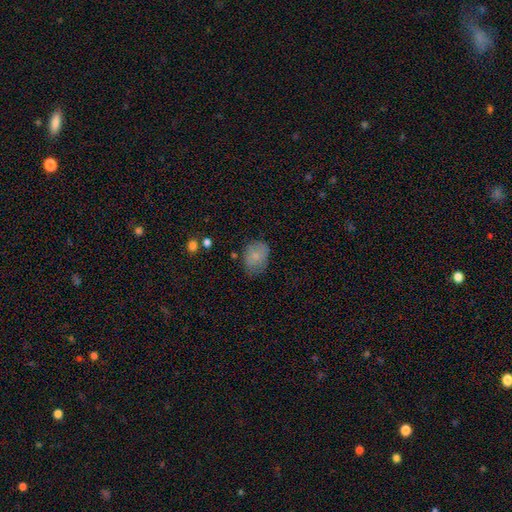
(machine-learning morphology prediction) smooth_or_featured: smooth (p=0.78) [alt: featured or disk p=0.13]
how_rounded: in between (p=0.67) [alt: round p=0.32]
merging: none (p=0.64) [alt: minor disturbance p=0.27]